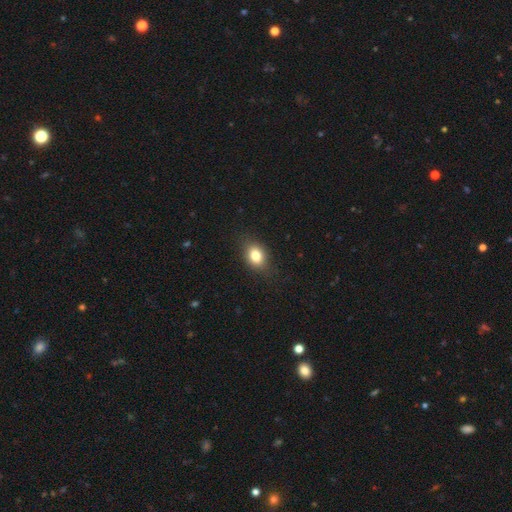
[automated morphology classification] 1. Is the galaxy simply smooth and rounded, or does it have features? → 81% smooth, 10% star or artifact, 9% featured or disk.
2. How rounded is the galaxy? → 68% in between, 30% round, 2% cigar-shaped.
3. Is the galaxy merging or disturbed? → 82% none, 13% minor disturbance, 3% major disturbance, 1% merger.